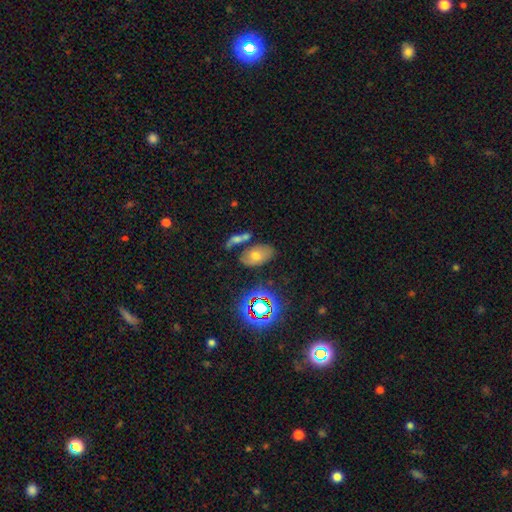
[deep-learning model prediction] smooth-or-featured: smooth: 59% | featured or disk: 22% | star or artifact: 19%
  how-rounded: in between: 90% | round: 8% | cigar-shaped: 2%
  merging: none: 63% | merger: 17% | minor disturbance: 15% | major disturbance: 6%